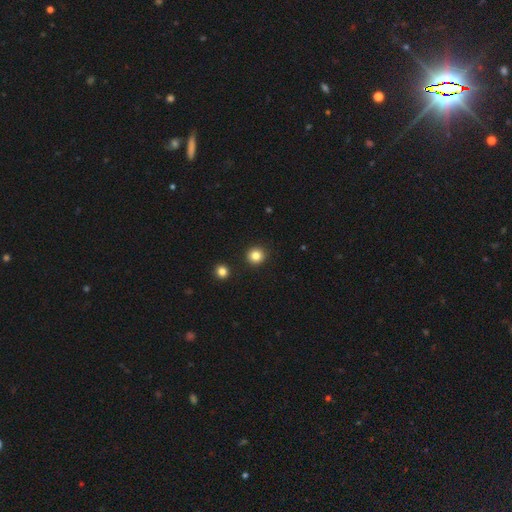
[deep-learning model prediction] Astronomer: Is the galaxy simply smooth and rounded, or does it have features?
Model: smooth — 84%.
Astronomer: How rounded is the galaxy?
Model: round — 93%.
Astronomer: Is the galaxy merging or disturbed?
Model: none — 92%.